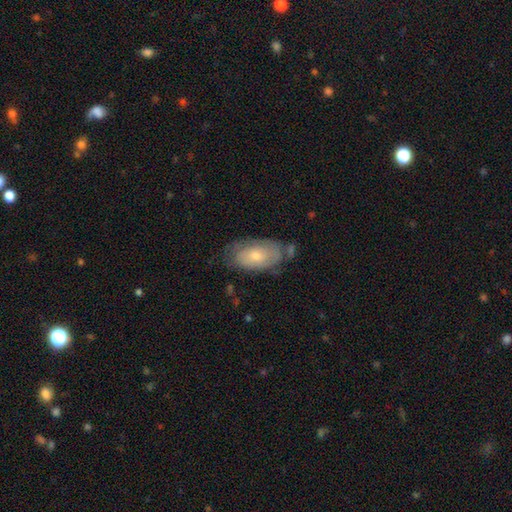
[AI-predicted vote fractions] Smooth or featured? Predicted: smooth (p=0.50). How rounded? Predicted: in between (p=0.92). Merging? Predicted: none (p=0.59).